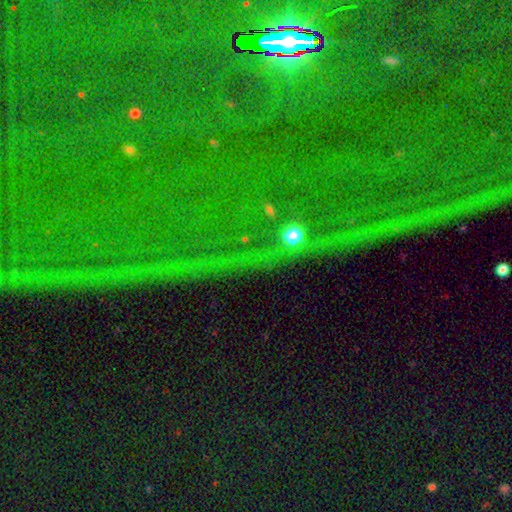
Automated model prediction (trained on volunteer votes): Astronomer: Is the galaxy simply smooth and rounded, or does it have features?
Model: star or artifact — 83%.